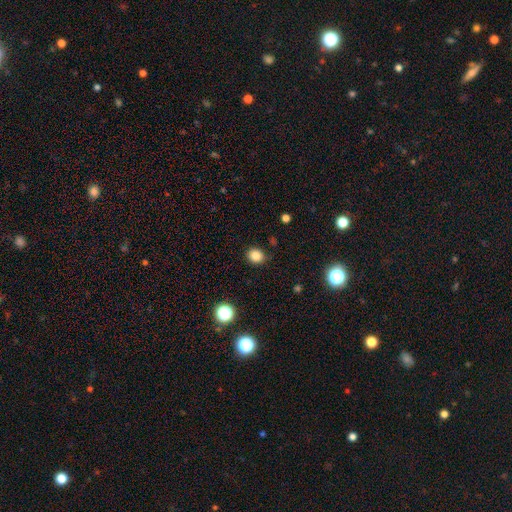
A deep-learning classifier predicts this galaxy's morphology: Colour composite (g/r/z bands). It shows a smooth galaxy with no disk features (83%) that is round (72%). Merging: none (87%).